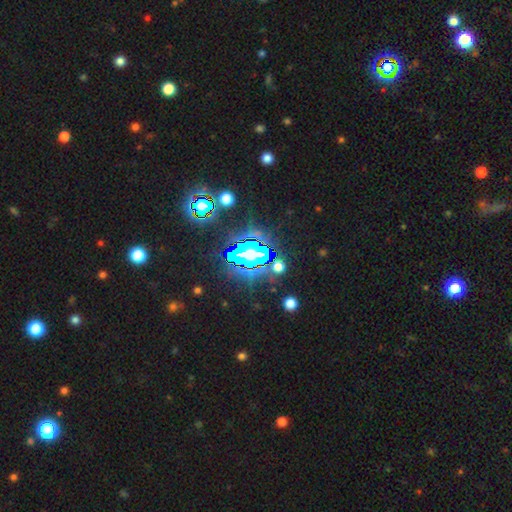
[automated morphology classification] The model was most divided on "smooth or featured": star or artifact: 84%, smooth: 10%, featured or disk: 7%.